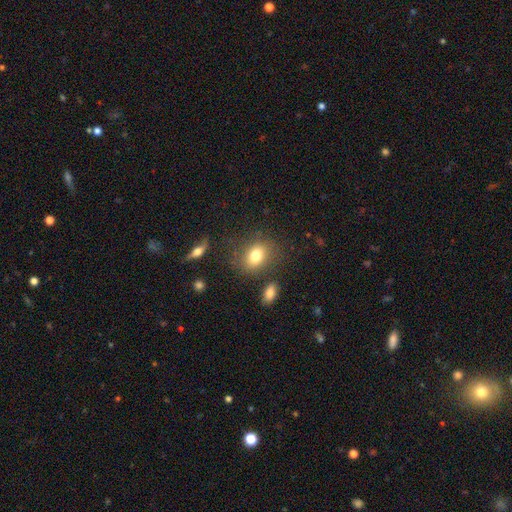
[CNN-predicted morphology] Smooth or featured? Predicted: smooth (p=0.77). How rounded? Predicted: in between (p=0.61). Merging? Predicted: none (p=0.76).